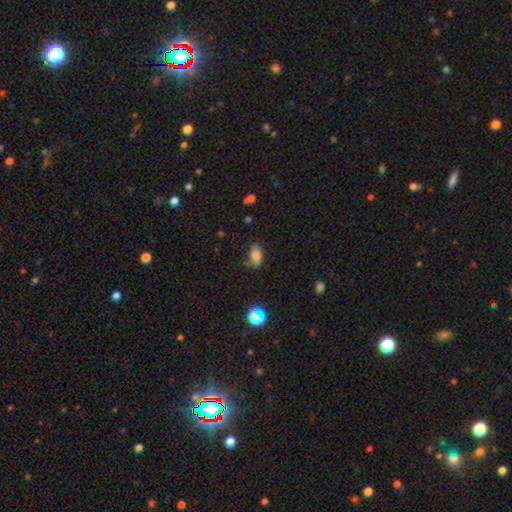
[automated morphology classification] This appears to be a smooth galaxy with no disk features (78%) that is in between round and cigar-shaped (89%). Merging: none (57%).